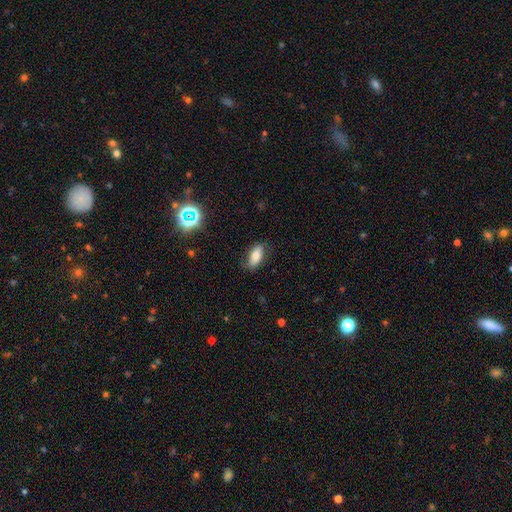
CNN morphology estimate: smooth_or_featured: smooth (p=0.72) [alt: featured or disk p=0.18]
how_rounded: in between (p=0.84) [alt: cigar-shaped p=0.12]
merging: none (p=0.75) [alt: minor disturbance p=0.19]